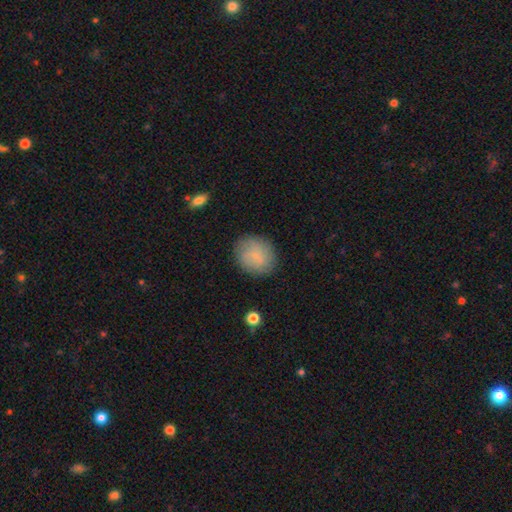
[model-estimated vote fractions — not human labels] Q: Smooth or featured?
A: smooth (69%); runner-up: featured or disk (23%)
Q: How rounded?
A: round (72%); runner-up: in between (27%)
Q: Merging?
A: none (82%); runner-up: minor disturbance (13%)